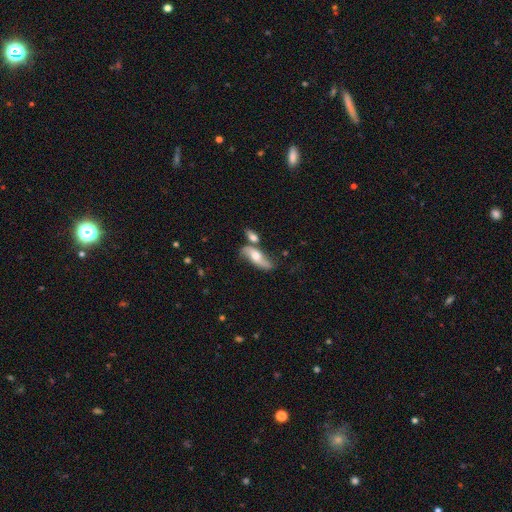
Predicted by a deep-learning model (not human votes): Q: Smooth or featured?
A: featured or disk (58%); runner-up: smooth (35%)
Q: Edge-on disk?
A: no (72%); runner-up: yes (28%)
Q: Merging?
A: none (54%); runner-up: merger (22%)